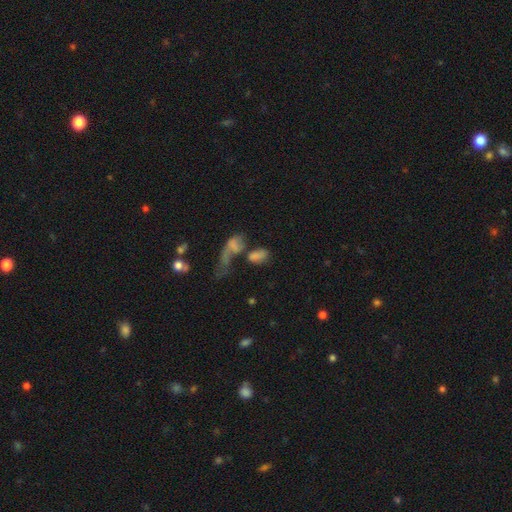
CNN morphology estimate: The model was most divided on "merging": merger: 47%, none: 23%, major disturbance: 19%, minor disturbance: 11%. More confident: how rounded — in between (78%); smooth or featured — smooth (59%).